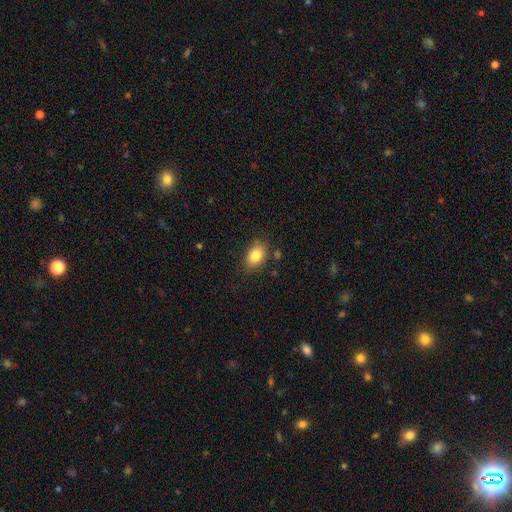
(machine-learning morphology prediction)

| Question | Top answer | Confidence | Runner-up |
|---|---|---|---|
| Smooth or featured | smooth | 83% | featured or disk (9%) |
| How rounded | in between | 81% | round (17%) |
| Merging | none | 80% | minor disturbance (14%) |